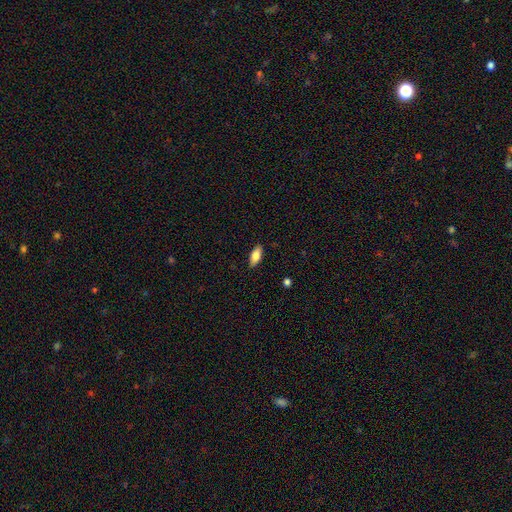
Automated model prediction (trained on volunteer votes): Overall: smooth (76%). How rounded: in between (81%). Merging: none (89%).